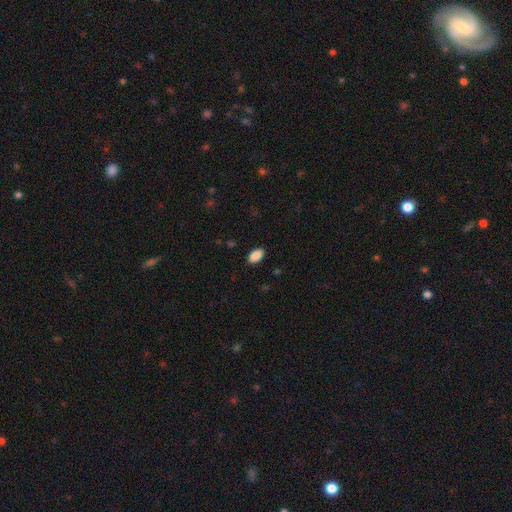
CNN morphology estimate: A smooth galaxy with no disk features (89%) that is in between round and cigar-shaped (94%).

Vote fractions:
- Smooth or featured? smooth: 89% / star or artifact: 7% / featured or disk: 4%
- How rounded? in between: 94% / round: 4% / cigar-shaped: 2%
- Merging? none: 89% / minor disturbance: 8% / major disturbance: 2% / merger: 1%